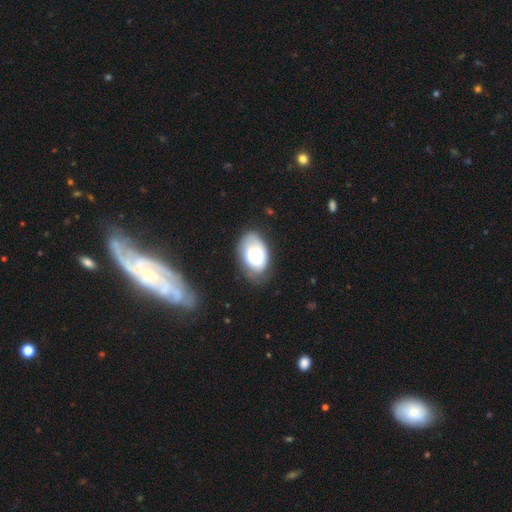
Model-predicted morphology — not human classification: smooth-or-featured: smooth: 62% | featured or disk: 30% | star or artifact: 8%
  how-rounded: in between: 90% | round: 9% | cigar-shaped: 1%
  merging: none: 61% | minor disturbance: 27% | major disturbance: 10% | merger: 2%